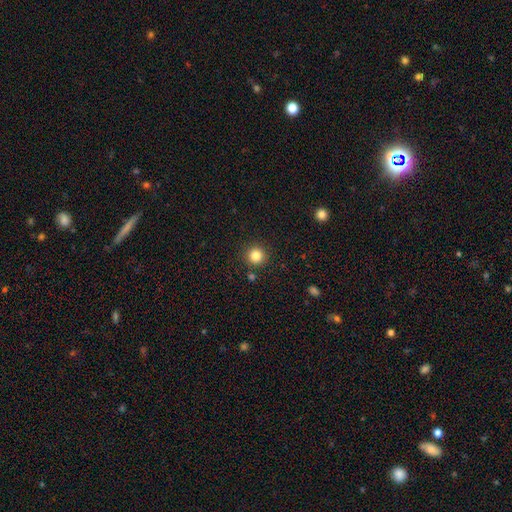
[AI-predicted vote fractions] A smooth galaxy with no disk features (84%) that is round (95%). Merging: none (89%).